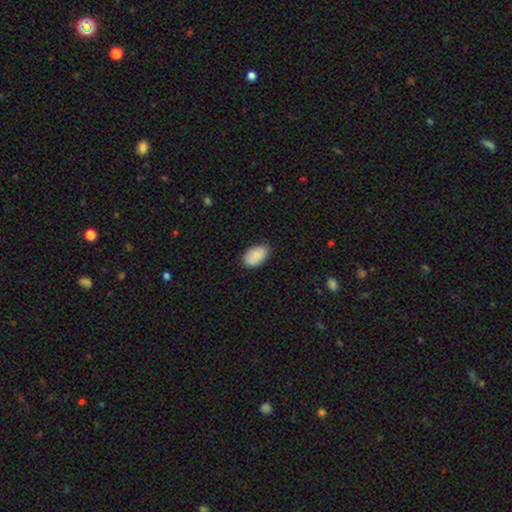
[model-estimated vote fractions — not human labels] This appears to be a smooth galaxy with no disk features (87%) that is in between round and cigar-shaped (93%). Merging: none (77%).